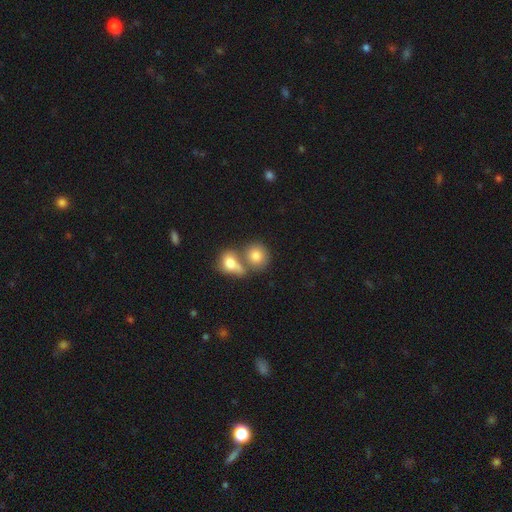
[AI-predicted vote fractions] Smooth or featured?
  - smooth: 79% *
  - featured or disk: 12%
  - star or artifact: 9%
How rounded?
  - round: 74% *
  - in between: 24%
  - cigar-shaped: 1%
Merging?
  - merger: 49% *
  - none: 39%
  - minor disturbance: 8%
  - major disturbance: 4%